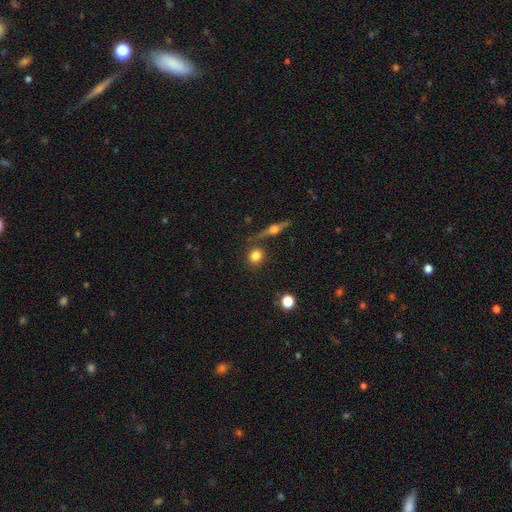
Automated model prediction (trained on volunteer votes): Smooth or featured?
  - smooth: 79% *
  - featured or disk: 11%
  - star or artifact: 10%
How rounded?
  - round: 84% *
  - in between: 13%
  - cigar-shaped: 2%
Merging?
  - none: 77% *
  - minor disturbance: 10%
  - merger: 9%
  - major disturbance: 4%